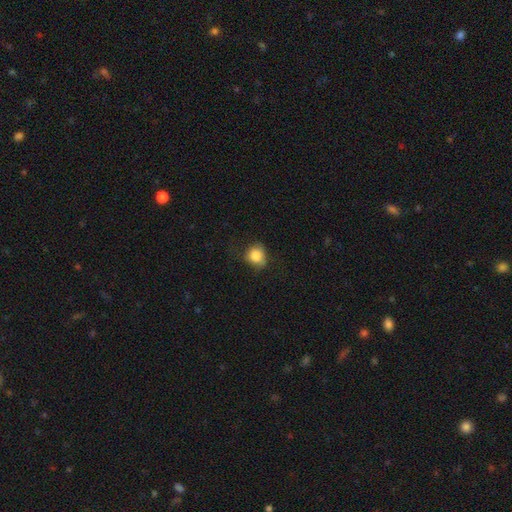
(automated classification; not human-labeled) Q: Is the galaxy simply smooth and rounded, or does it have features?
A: smooth — 85%.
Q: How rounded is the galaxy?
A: round — 73%.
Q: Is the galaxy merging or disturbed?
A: none — 65%.